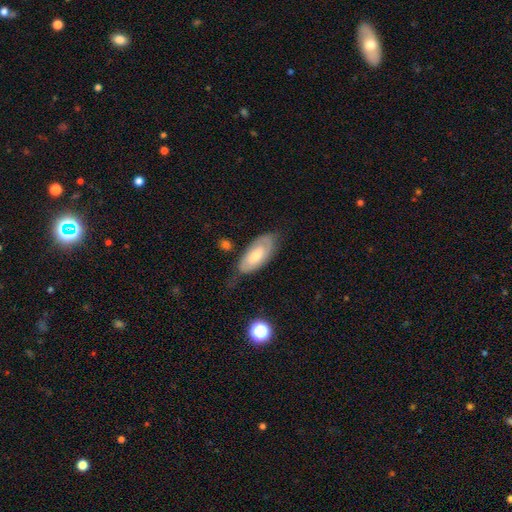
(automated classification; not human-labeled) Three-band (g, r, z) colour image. It shows a smooth galaxy with no disk features (56%) that is in between round and cigar-shaped (87%). Merging: none (55%).